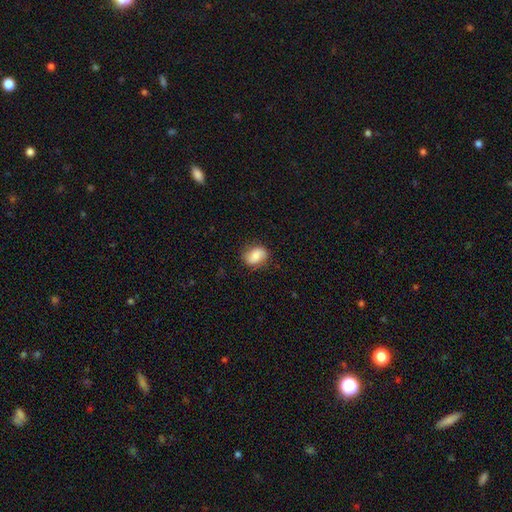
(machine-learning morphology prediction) A smooth galaxy with no disk features (73%) that is in between round and cigar-shaped (62%).

Vote fractions:
- Smooth or featured? smooth: 73% / featured or disk: 19% / star or artifact: 8%
- How rounded? in between: 62% / round: 36% / cigar-shaped: 1%
- Merging? none: 78% / minor disturbance: 17% / major disturbance: 4% / merger: 1%